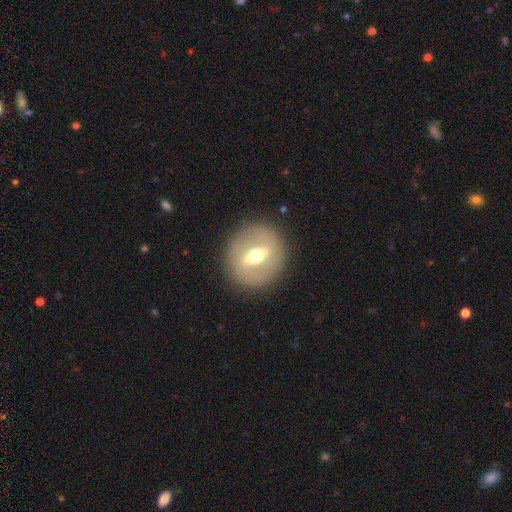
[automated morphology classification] smooth_or_featured: featured or disk (p=0.62) [alt: smooth p=0.30]
disk_edge_on: no (p=0.81) [alt: yes p=0.19]
bar: strong (p=0.55) [alt: weak p=0.34]
has_spiral_arms: no (p=0.83) [alt: yes p=0.17]
bulge_size: moderate (p=0.72) [alt: large p=0.14]
merging: none (p=0.87) [alt: minor disturbance p=0.08]